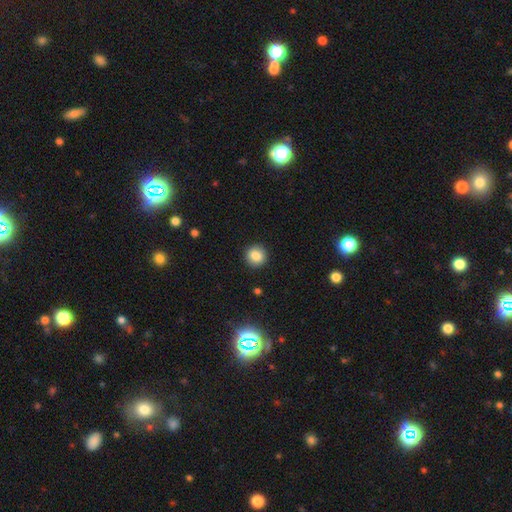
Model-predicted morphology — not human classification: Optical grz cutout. It shows a smooth galaxy with no disk features (84%) that is round (92%). Merging: none (92%).